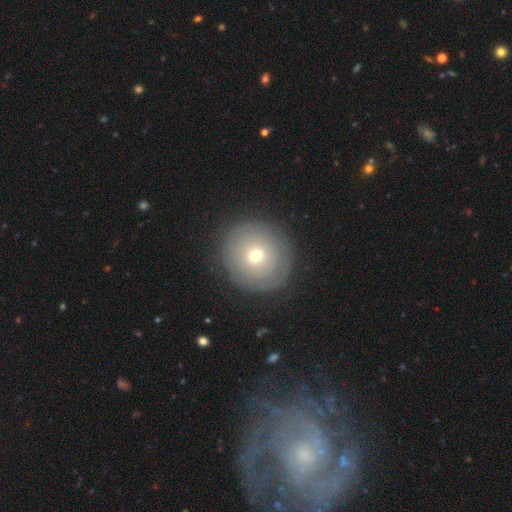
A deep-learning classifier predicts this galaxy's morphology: This appears to be a smooth galaxy with no disk features (51%) that is round (91%). Merging: none (85%).